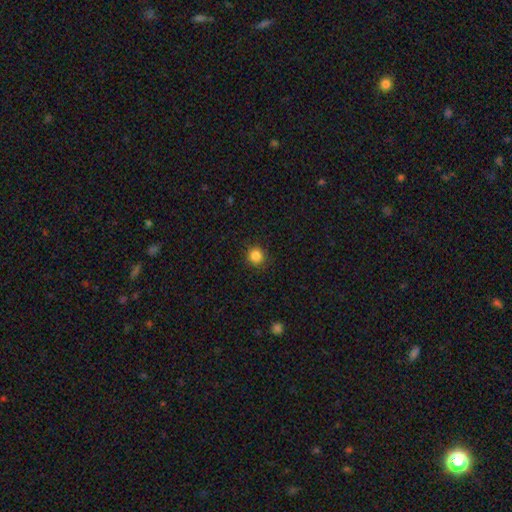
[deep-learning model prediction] Smooth or featured? Predicted: smooth (p=0.86). How rounded? Predicted: round (p=0.93). Merging? Predicted: none (p=0.90).